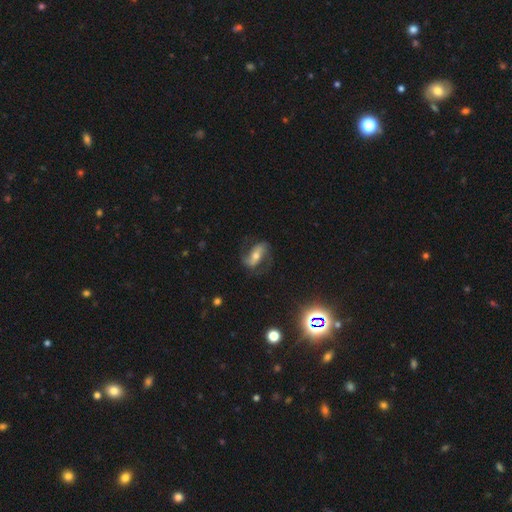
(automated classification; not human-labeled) This appears to be a featured or disk galaxy (71%) with a strong bar (46%), 2 (88%) medium (42%) spiral arms (89%) and a moderate central bulge (56%). Merging: none (71%).